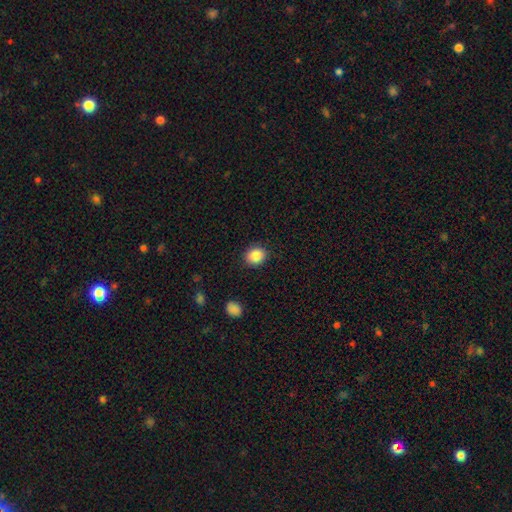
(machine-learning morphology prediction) Smooth or featured?
  - smooth: 87% *
  - star or artifact: 9%
  - featured or disk: 4%
How rounded?
  - round: 72% *
  - in between: 27%
  - cigar-shaped: 1%
Merging?
  - none: 88% *
  - minor disturbance: 8%
  - major disturbance: 2%
  - merger: 1%